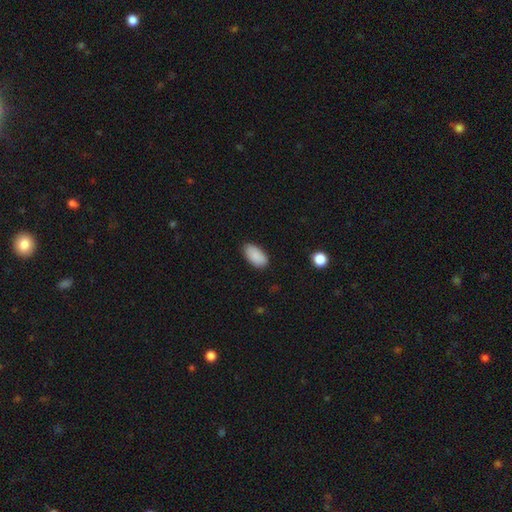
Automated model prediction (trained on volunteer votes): smooth 89%, star or artifact 7%, featured or disk 4%. Down the decision tree: how rounded — in between (95%); merging — none (84%).